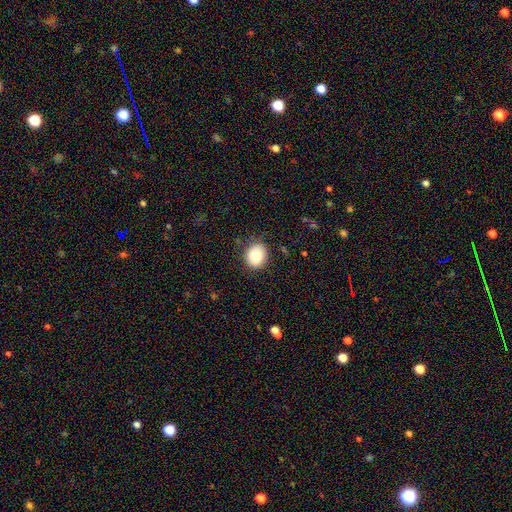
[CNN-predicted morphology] A smooth galaxy with no disk features (81%) that is round (65%). Merging: none (85%).